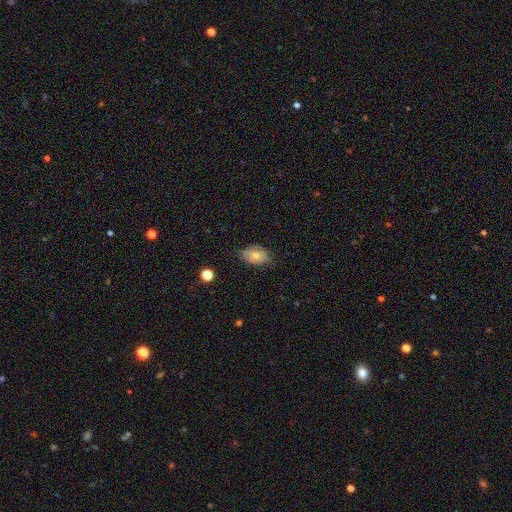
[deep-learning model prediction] Q: Smooth or featured?
A: smooth (70%); runner-up: featured or disk (21%)
Q: How rounded?
A: in between (84%); runner-up: round (15%)
Q: Merging?
A: none (73%); runner-up: minor disturbance (22%)